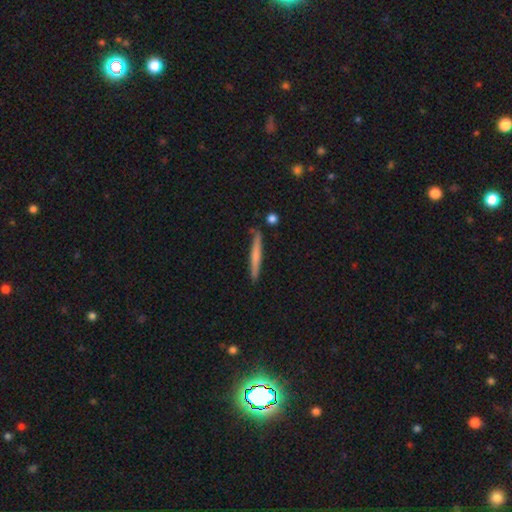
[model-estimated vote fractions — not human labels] Smooth or featured: smooth — 58% (featured or disk — 37%)
How rounded: cigar-shaped — 96% (in between — 3%)
Merging: none — 83% (minor disturbance — 11%)